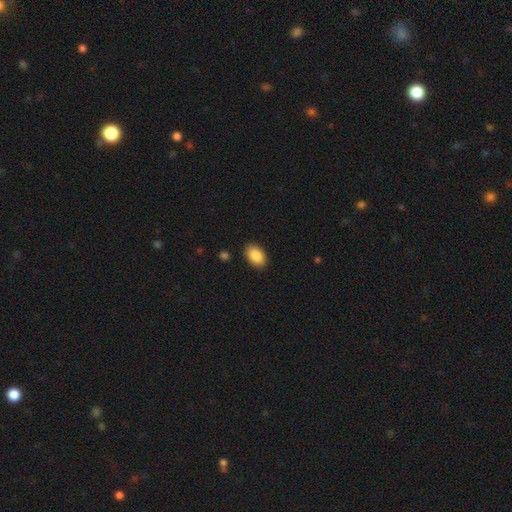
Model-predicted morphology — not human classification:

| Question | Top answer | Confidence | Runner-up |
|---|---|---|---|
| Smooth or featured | smooth | 89% | star or artifact (7%) |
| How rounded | in between | 90% | round (9%) |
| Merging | none | 89% | minor disturbance (8%) |